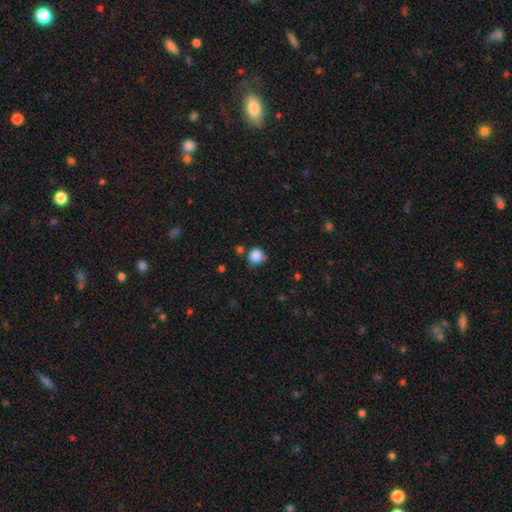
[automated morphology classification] smooth_or_featured: smooth (p=0.86) [alt: star or artifact p=0.10]
how_rounded: round (p=0.82) [alt: in between p=0.17]
merging: none (p=0.64) [alt: minor disturbance p=0.23]